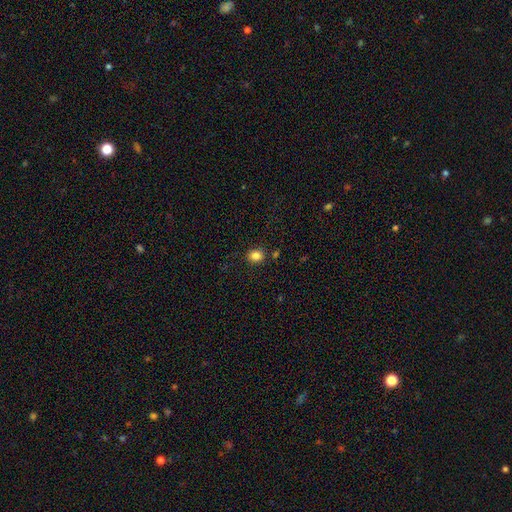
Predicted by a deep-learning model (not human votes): Smooth or featured?
  - smooth: 83% *
  - star or artifact: 11%
  - featured or disk: 6%
How rounded?
  - round: 67% *
  - in between: 32%
  - cigar-shaped: 1%
Merging?
  - none: 86% *
  - minor disturbance: 8%
  - merger: 4%
  - major disturbance: 2%